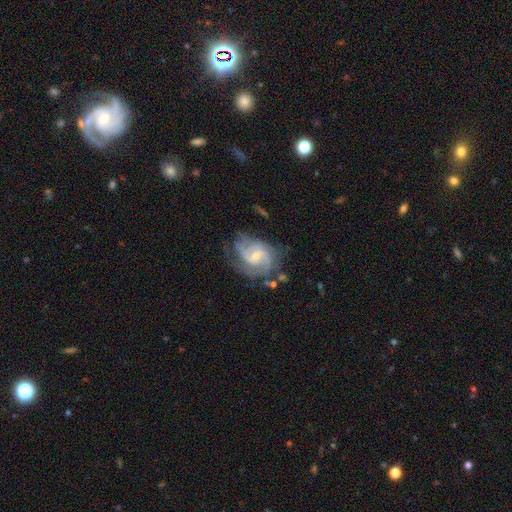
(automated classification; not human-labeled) The model was most divided on "bar": weak: 47%, no: 42%, strong: 10%. Remaining: edge-on disk — no (98%); spiral arms — yes (96%); smooth or featured — featured or disk (86%); merging — none (64%); bulge size — small (57%); spiral winding — medium (47%); spiral arm count — 2 (43%).